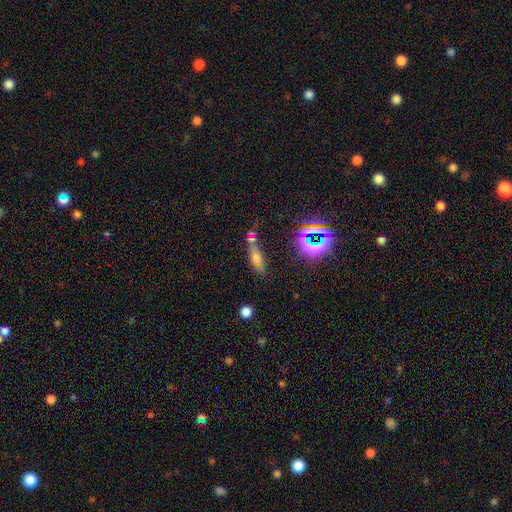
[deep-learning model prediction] Smooth or featured?
  - smooth: 53% *
  - featured or disk: 25%
  - star or artifact: 23%
How rounded?
  - cigar-shaped: 54% *
  - in between: 39%
  - round: 7%
Merging?
  - none: 54% *
  - minor disturbance: 19%
  - merger: 18%
  - major disturbance: 9%